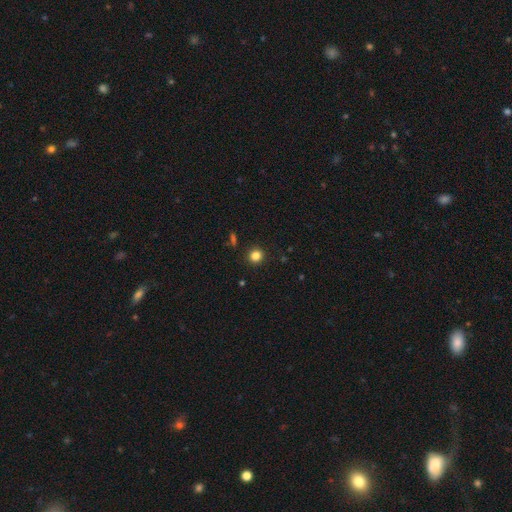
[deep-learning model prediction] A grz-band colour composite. It shows a smooth galaxy with no disk features (83%) that is round (91%). Merging: none (91%).